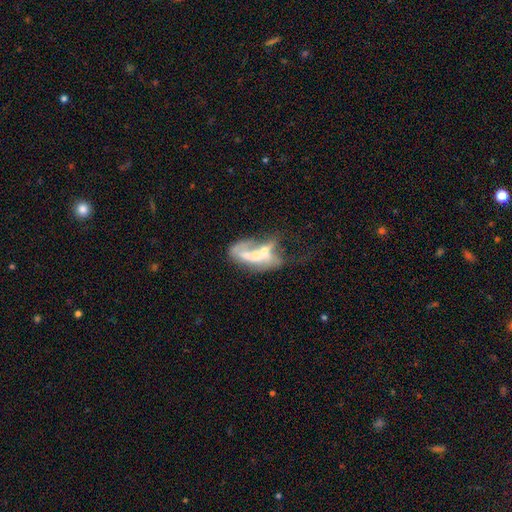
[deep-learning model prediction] This appears to be a featured or disk galaxy (62%) with no bar (74%), no spiral arms (72%) and a moderate central bulge (45%). Merging: merger (53%).